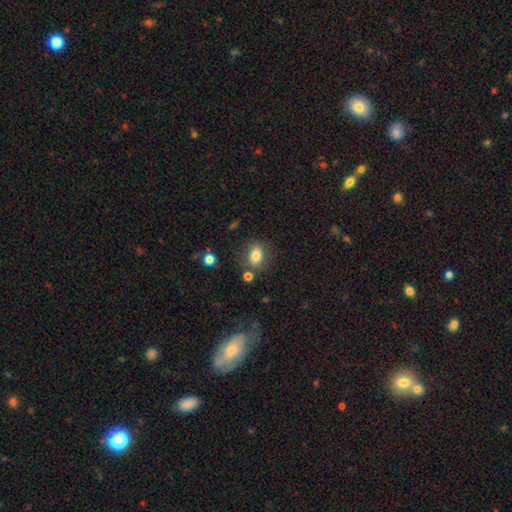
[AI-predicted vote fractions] smooth_or_featured: smooth (p=0.80) [alt: star or artifact p=0.11]
how_rounded: in between (p=0.64) [alt: round p=0.35]
merging: none (p=0.73) [alt: minor disturbance p=0.14]